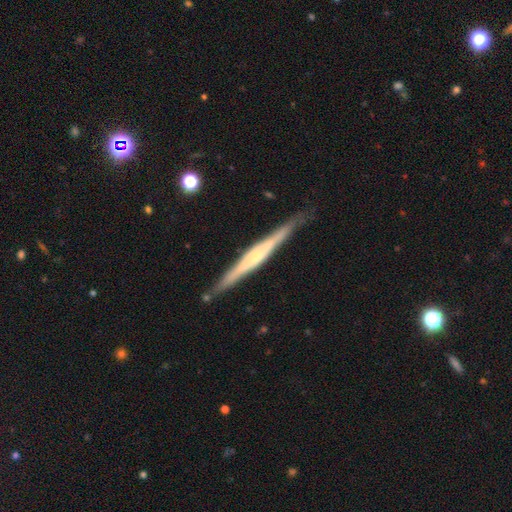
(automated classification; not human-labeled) smooth_or_featured: featured or disk (p=0.75) [alt: smooth p=0.20]
disk_edge_on: yes (p=0.97) [alt: no p=0.03]
edge_on_bulge: rounded (p=0.50) [alt: boxy p=0.30]
merging: none (p=0.86) [alt: minor disturbance p=0.11]